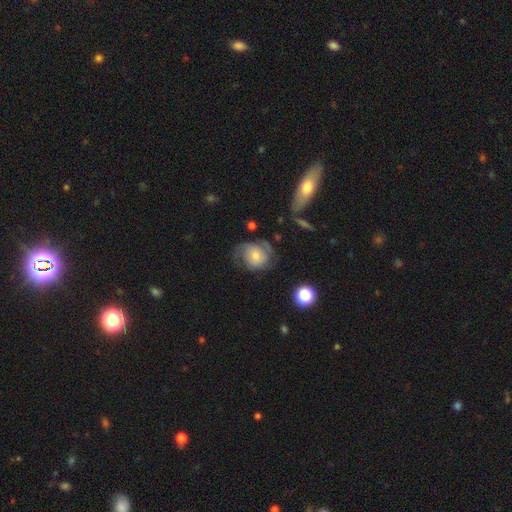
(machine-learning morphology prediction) smooth_or_featured: featured or disk (p=0.56) [alt: smooth p=0.36]
disk_edge_on: no (p=0.97) [alt: yes p=0.03]
bar: no (p=0.74) [alt: weak p=0.22]
has_spiral_arms: yes (p=0.83) [alt: no p=0.17]
bulge_size: small (p=0.45) [alt: moderate p=0.44]
merging: none (p=0.51) [alt: minor disturbance p=0.25]